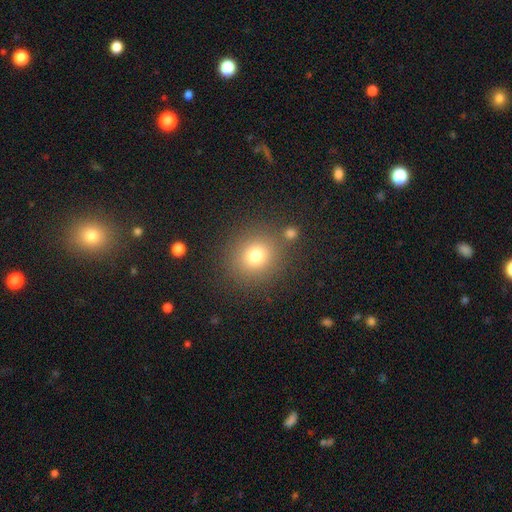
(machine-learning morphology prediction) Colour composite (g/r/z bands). It shows a smooth galaxy with no disk features (76%) that is round (86%). Merging: none (81%).